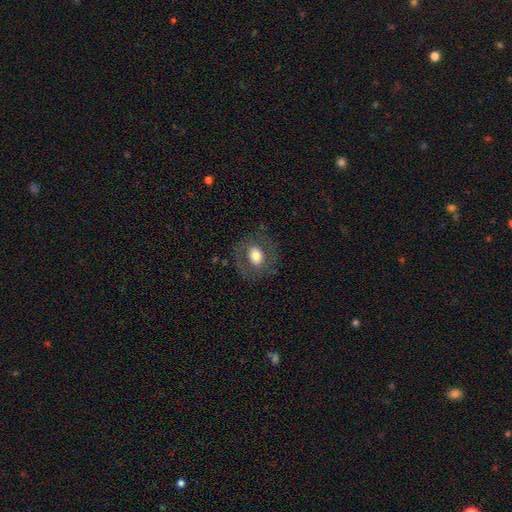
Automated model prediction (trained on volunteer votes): Smooth or featured? Predicted: smooth (p=0.62). How rounded? Predicted: round (p=0.54). Merging? Predicted: none (p=0.77).